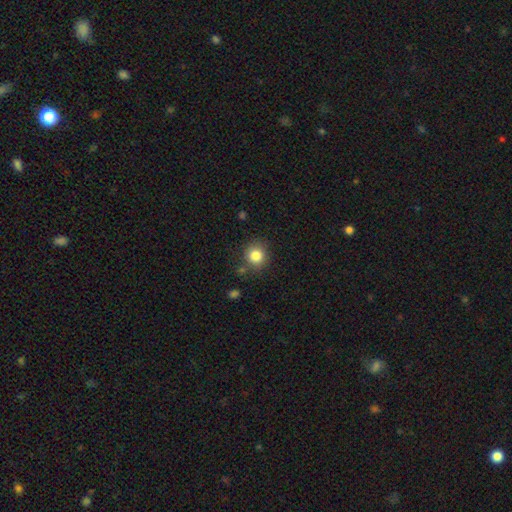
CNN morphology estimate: A smooth galaxy with no disk features (84%) that is round (85%).

Vote fractions:
- Smooth or featured? smooth: 84% / star or artifact: 10% / featured or disk: 6%
- How rounded? round: 85% / in between: 14% / cigar-shaped: 1%
- Merging? none: 81% / minor disturbance: 12% / merger: 4% / major disturbance: 4%